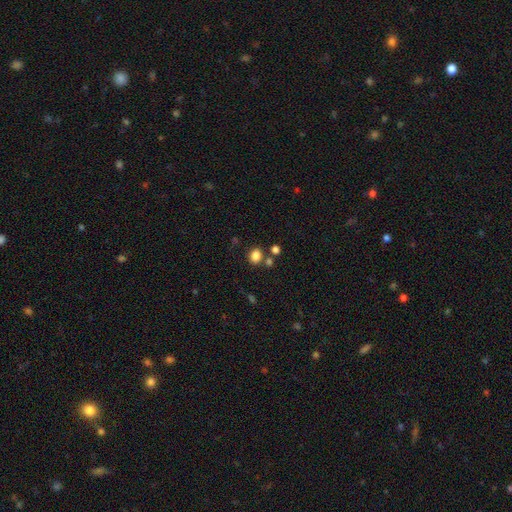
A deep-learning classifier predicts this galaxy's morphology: Smooth or featured? Predicted: smooth (p=0.83). How rounded? Predicted: round (p=0.51). Merging? Predicted: none (p=0.72).